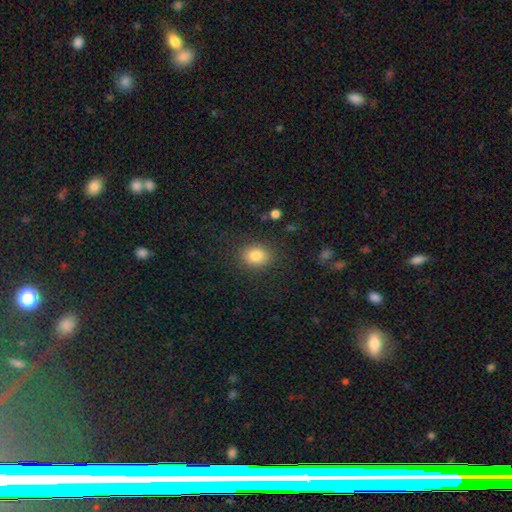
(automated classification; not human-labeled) Smooth or featured? Predicted: smooth (p=0.83). How rounded? Predicted: in between (p=0.59). Merging? Predicted: none (p=0.84).